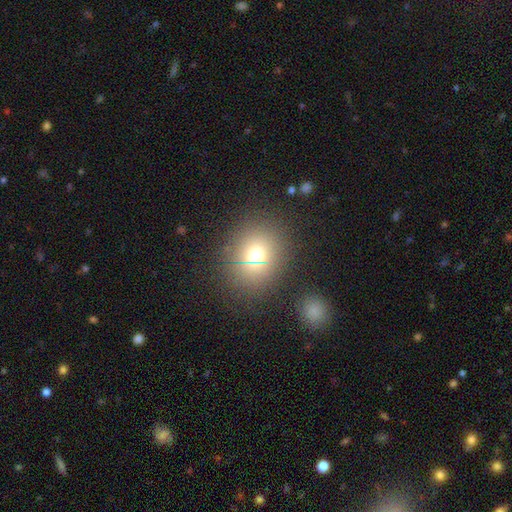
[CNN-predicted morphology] smooth_or_featured: smooth (p=0.69) [alt: star or artifact p=0.20]
how_rounded: round (p=0.73) [alt: in between p=0.26]
merging: none (p=0.81) [alt: minor disturbance p=0.09]